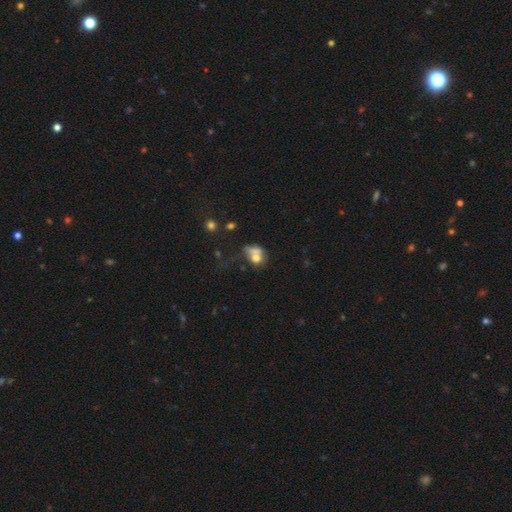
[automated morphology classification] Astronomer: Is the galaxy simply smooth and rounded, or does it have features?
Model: smooth — 61%.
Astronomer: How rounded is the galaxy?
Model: in between — 49%, tied with round at 49%.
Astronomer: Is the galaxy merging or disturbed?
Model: merger — 53%.